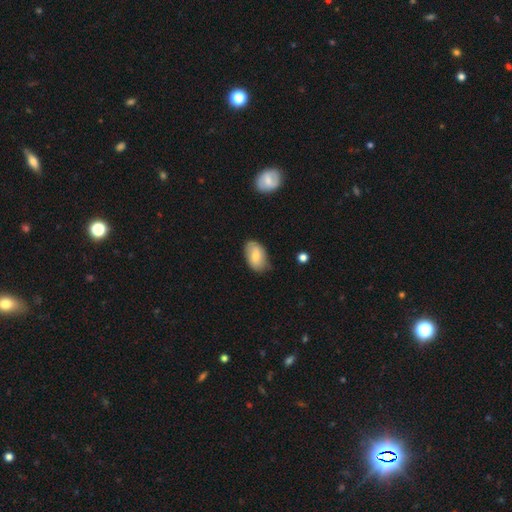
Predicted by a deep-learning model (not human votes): This appears to be a smooth galaxy with no disk features (75%) that is in between round and cigar-shaped (93%). Merging: none (72%).